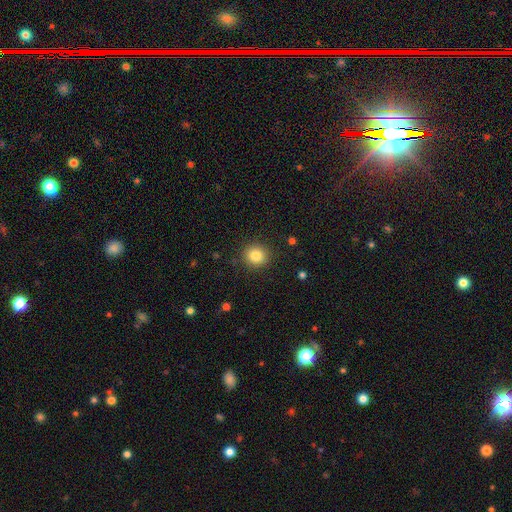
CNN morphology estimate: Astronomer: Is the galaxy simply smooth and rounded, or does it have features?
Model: smooth — 83%.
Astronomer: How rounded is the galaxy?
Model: round — 89%.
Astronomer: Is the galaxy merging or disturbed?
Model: none — 90%.